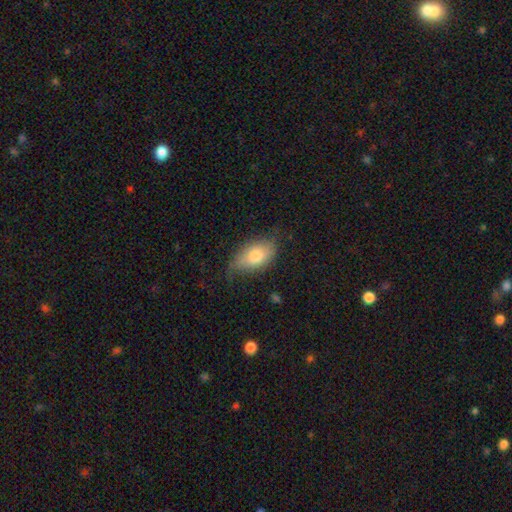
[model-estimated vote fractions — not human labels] smooth_or_featured: smooth (p=0.75) [alt: featured or disk p=0.19]
how_rounded: in between (p=0.92) [alt: round p=0.05]
merging: none (p=0.56) [alt: minor disturbance p=0.32]